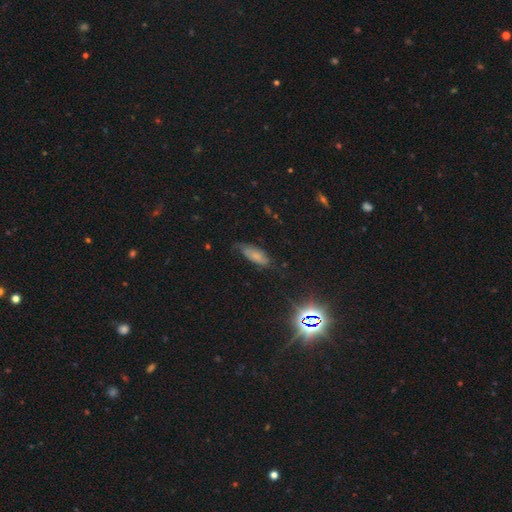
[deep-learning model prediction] This appears to be a smooth galaxy with no disk features (59%) that is in between round and cigar-shaped (74%). Merging: none (55%).